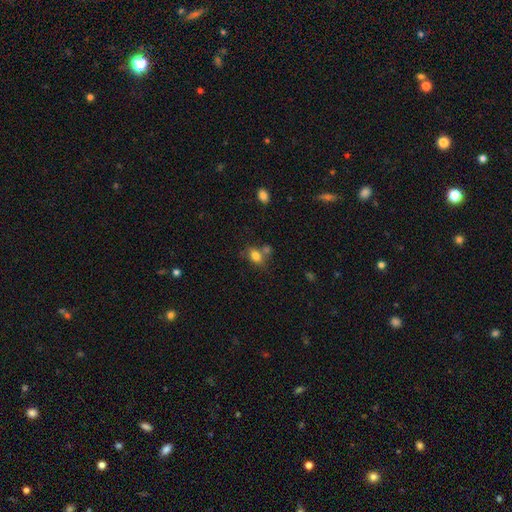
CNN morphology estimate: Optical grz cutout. It shows a smooth galaxy with no disk features (80%) that is in between round and cigar-shaped (69%). Merging: none (52%).